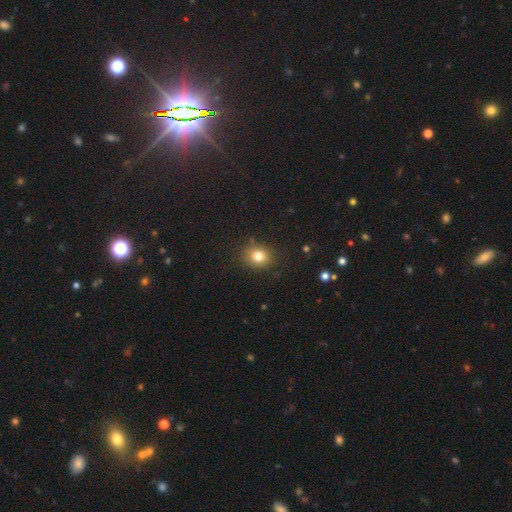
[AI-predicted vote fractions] Smooth or featured: smooth — 77% (star or artifact — 17%)
How rounded: round — 79% (in between — 20%)
Merging: none — 89% (minor disturbance — 8%)